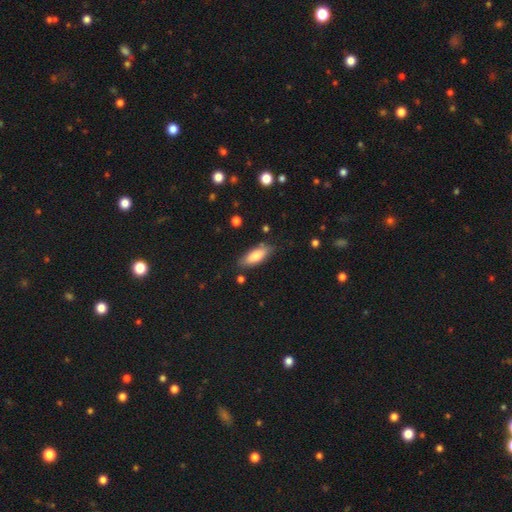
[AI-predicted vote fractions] This is clearly a smooth galaxy (80%). How rounded: likely in between (73%). Merging: clearly none (80%).